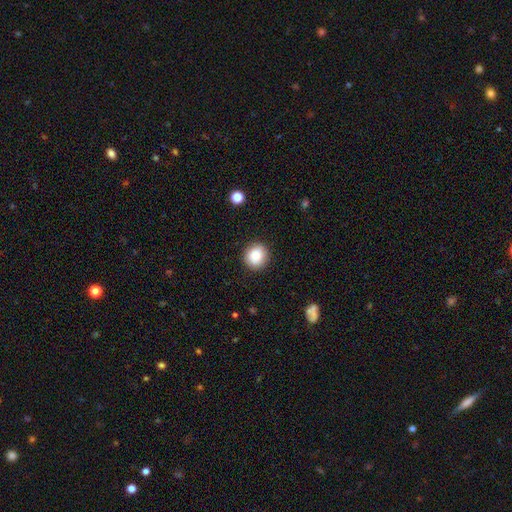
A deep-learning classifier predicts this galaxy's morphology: A smooth galaxy with no disk features (82%) that is round (89%).

Vote fractions:
- Smooth or featured? smooth: 82% / star or artifact: 9% / featured or disk: 9%
- How rounded? round: 89% / in between: 10% / cigar-shaped: 1%
- Merging? none: 90% / minor disturbance: 7% / major disturbance: 2% / merger: 1%